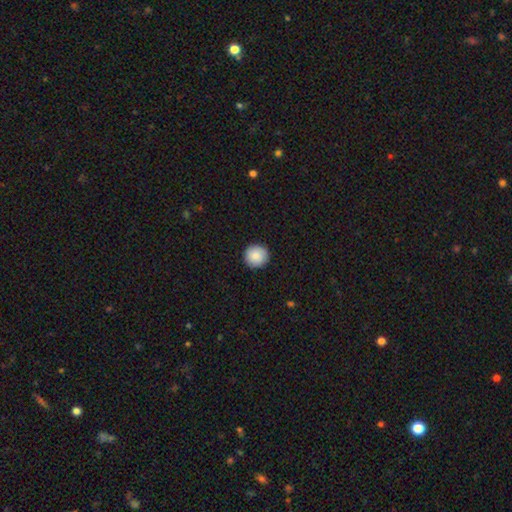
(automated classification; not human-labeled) Q: Smooth or featured?
A: smooth (86%); runner-up: star or artifact (7%)
Q: How rounded?
A: round (95%); runner-up: in between (4%)
Q: Merging?
A: none (91%); runner-up: minor disturbance (6%)